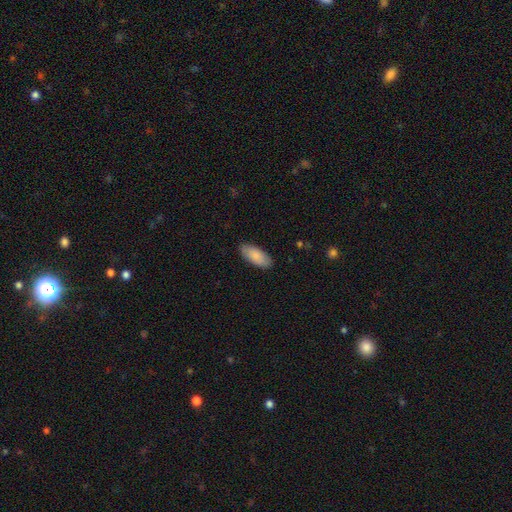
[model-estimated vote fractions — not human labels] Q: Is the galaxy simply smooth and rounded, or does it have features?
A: smooth — 87%.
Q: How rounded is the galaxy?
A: in between — 87%.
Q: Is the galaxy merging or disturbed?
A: none — 87%.